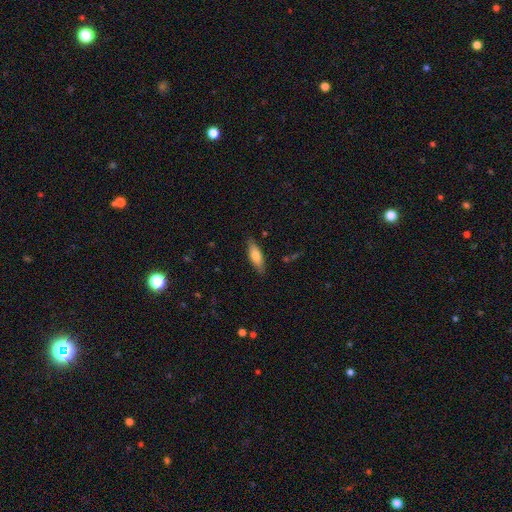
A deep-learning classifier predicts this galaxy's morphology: Smooth or featured?
  - smooth: 69% *
  - featured or disk: 24%
  - star or artifact: 6%
How rounded?
  - in between: 54% *
  - cigar-shaped: 44%
  - round: 2%
Merging?
  - none: 85% *
  - minor disturbance: 11%
  - major disturbance: 2%
  - merger: 1%